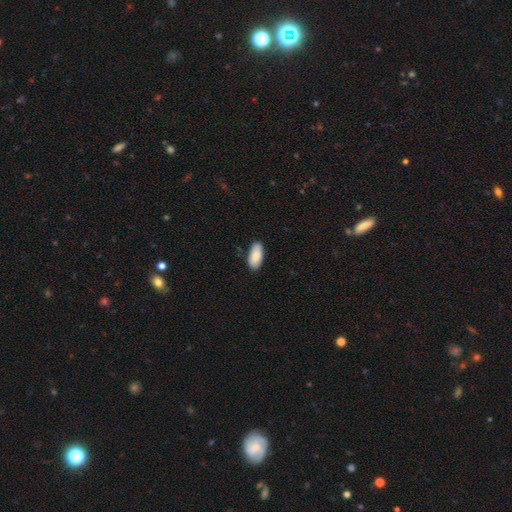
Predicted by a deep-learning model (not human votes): Q: Smooth or featured?
A: smooth (87%); runner-up: featured or disk (7%)
Q: How rounded?
A: in between (93%); runner-up: cigar-shaped (6%)
Q: Merging?
A: none (87%); runner-up: minor disturbance (10%)